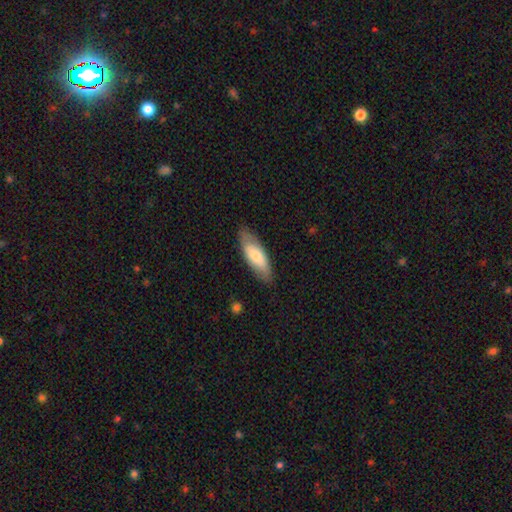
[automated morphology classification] Smooth or featured? Predicted: smooth (p=0.67). How rounded? Predicted: in between (p=0.69). Merging? Predicted: none (p=0.81).